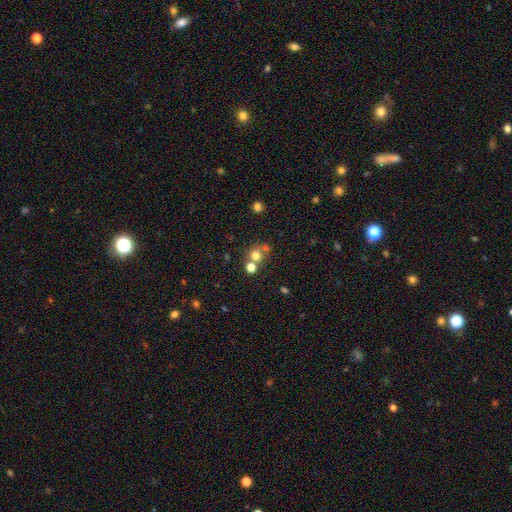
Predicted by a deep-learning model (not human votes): A smooth galaxy with no disk features (69%) that is round (85%). Merging: none (56%).